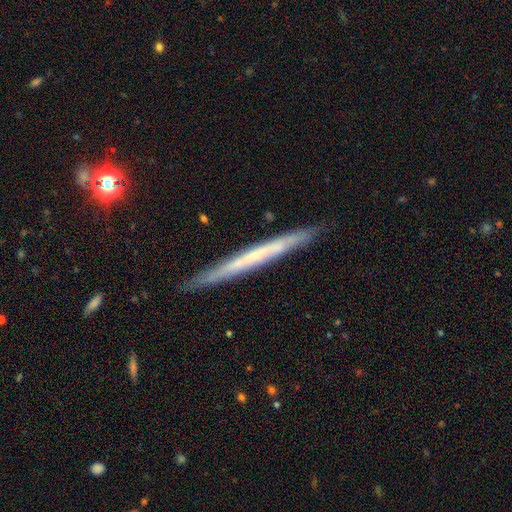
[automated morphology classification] Overall: featured or disk (57%; smooth 36%). Edge-on disk: yes (95%). Edge-on bulge: none (84%). Merging: none (89%).